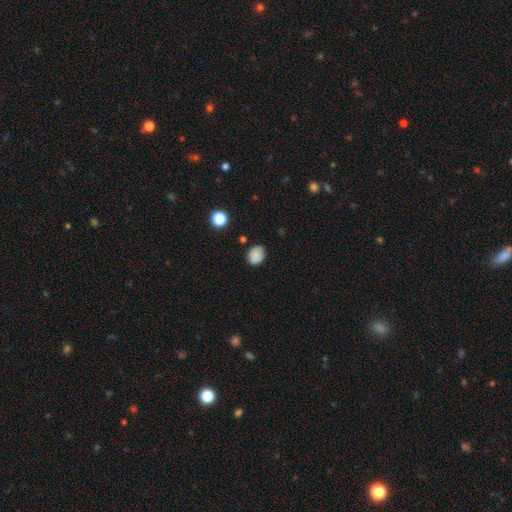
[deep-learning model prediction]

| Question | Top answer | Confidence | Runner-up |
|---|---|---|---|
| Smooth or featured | smooth | 82% | star or artifact (11%) |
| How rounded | round | 58% | in between (41%) |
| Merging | none | 75% | minor disturbance (19%) |